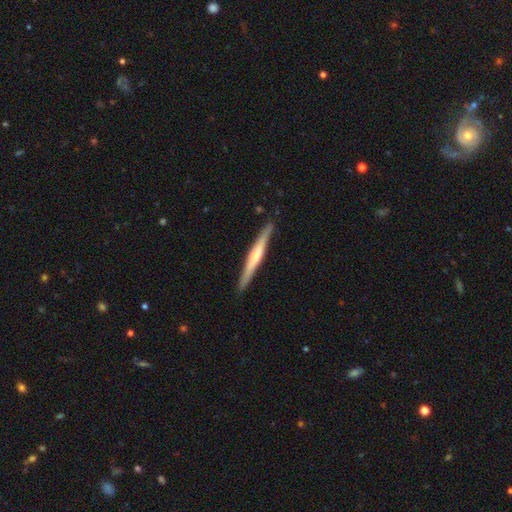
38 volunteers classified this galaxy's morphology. Overall: featured or disk (58%; smooth 37%). Edge-on disk: yes (95%). Edge-on bulge: none (38%, tied with rounded). Merging: none (81%).